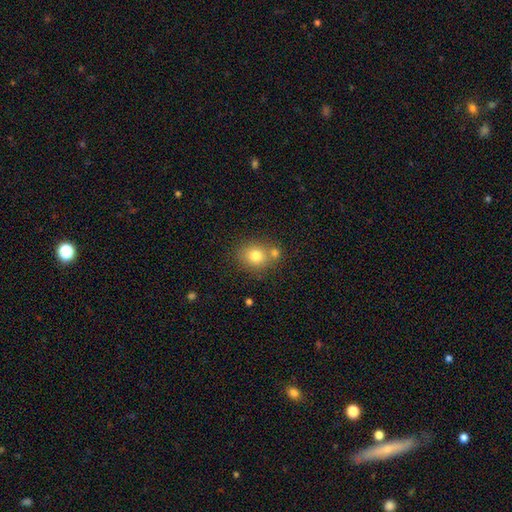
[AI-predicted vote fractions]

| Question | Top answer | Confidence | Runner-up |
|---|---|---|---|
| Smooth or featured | smooth | 77% | featured or disk (12%) |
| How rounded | round | 69% | in between (30%) |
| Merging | none | 61% | merger (25%) |